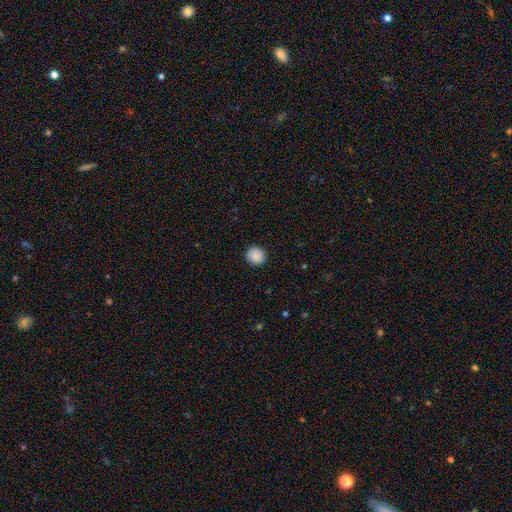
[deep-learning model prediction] Overall: smooth (89%). How rounded: round (85%). Merging: none (90%).